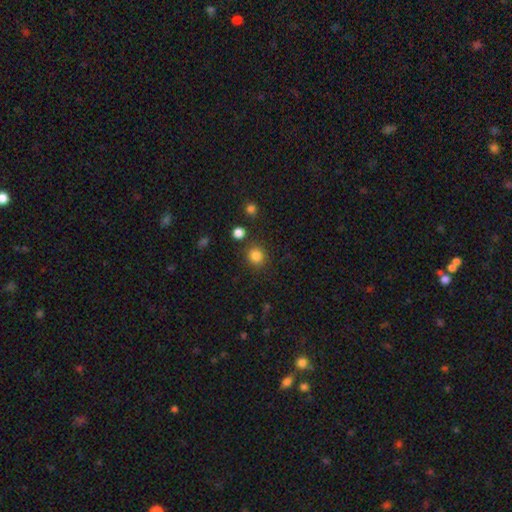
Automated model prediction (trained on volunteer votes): smooth-or-featured: smooth: 84% | star or artifact: 12% | featured or disk: 4%
  how-rounded: round: 84% | in between: 15% | cigar-shaped: 1%
  merging: none: 83% | minor disturbance: 9% | merger: 5% | major disturbance: 3%